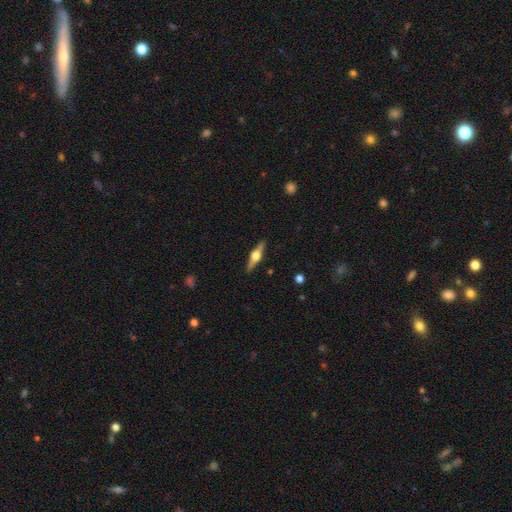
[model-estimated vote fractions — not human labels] The model was most divided on "smooth or featured": featured or disk: 78%, smooth: 17%, star or artifact: 5%. More confident: edge-on disk — yes (98%); edge-on bulge — rounded (95%); merging — none (90%).